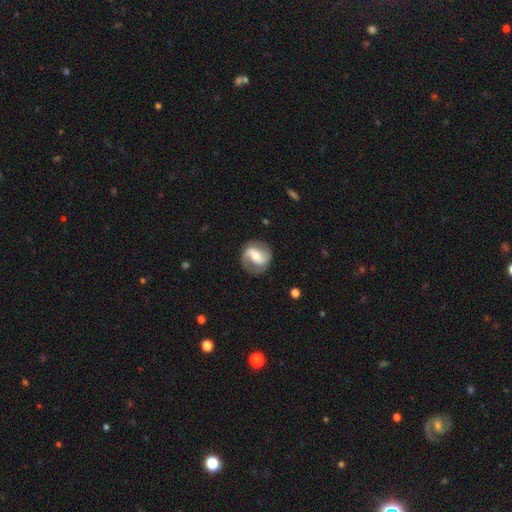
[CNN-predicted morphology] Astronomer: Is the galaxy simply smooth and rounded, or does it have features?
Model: featured or disk — 76%.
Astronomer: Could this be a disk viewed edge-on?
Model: no — 97%.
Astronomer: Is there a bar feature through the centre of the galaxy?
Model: strong — 39% (runner-up: weak, 38%).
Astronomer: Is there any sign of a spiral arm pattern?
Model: yes — 88%.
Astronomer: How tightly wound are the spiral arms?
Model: medium — 47% (runner-up: tight, 28%).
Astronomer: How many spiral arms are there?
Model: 2 — 86%.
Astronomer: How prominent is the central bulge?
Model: moderate — 62%.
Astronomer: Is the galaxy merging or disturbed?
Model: none — 81%.